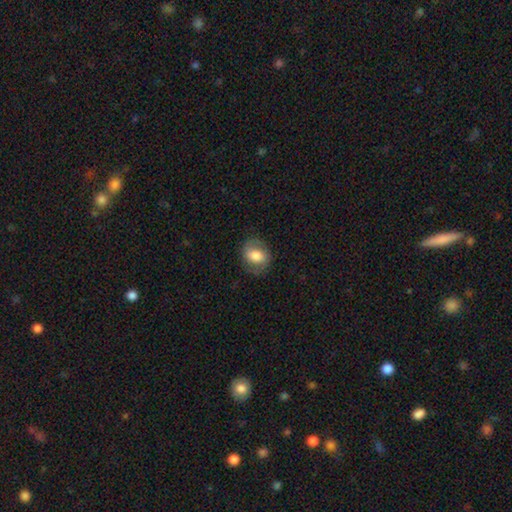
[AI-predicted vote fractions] A smooth galaxy with no disk features (68%) that is in between round and cigar-shaped (52%). Merging: none (77%).